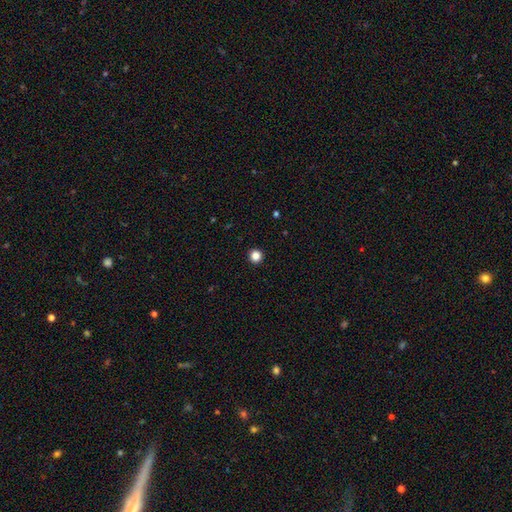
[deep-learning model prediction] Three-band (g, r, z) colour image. It shows a smooth galaxy with no disk features (85%) that is round (95%). Merging: none (94%).